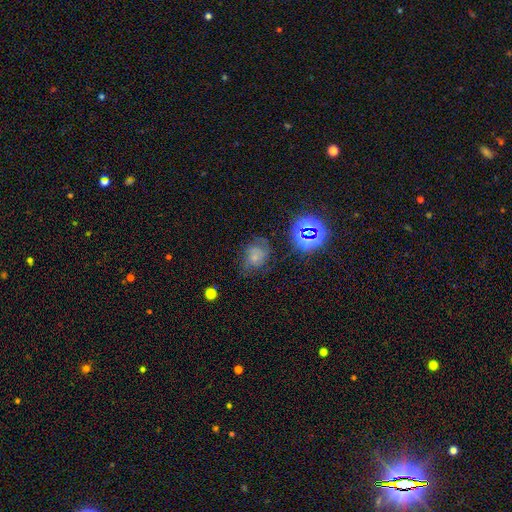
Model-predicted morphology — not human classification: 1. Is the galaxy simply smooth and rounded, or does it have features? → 41% smooth, 38% featured or disk, 21% star or artifact.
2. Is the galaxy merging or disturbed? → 54% none, 26% minor disturbance, 17% major disturbance, 3% merger.